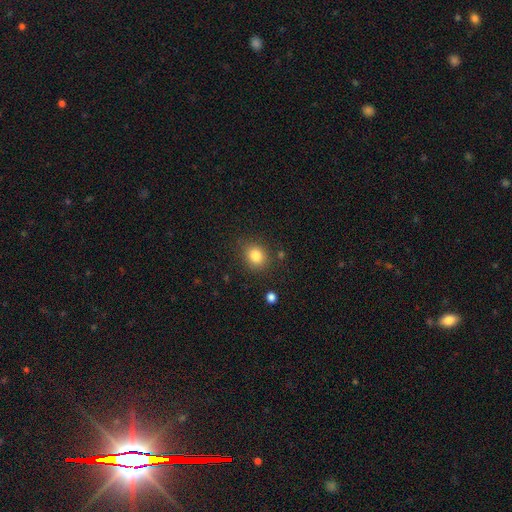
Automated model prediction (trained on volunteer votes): This appears to be a smooth galaxy with no disk features (83%) that is round (67%). Merging: none (83%).